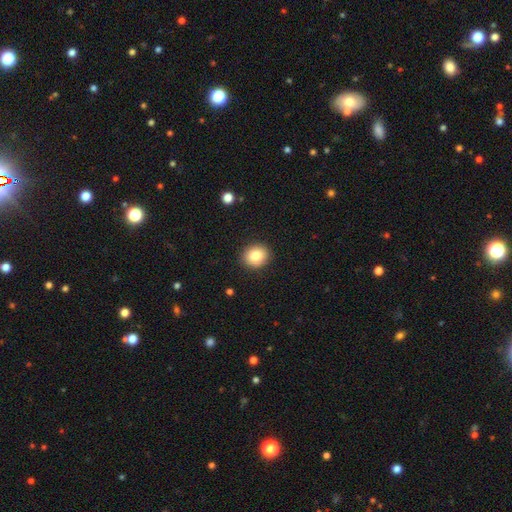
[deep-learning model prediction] Smooth or featured: smooth — 83% (star or artifact — 9%)
How rounded: round — 70% (in between — 29%)
Merging: none — 89% (minor disturbance — 8%)